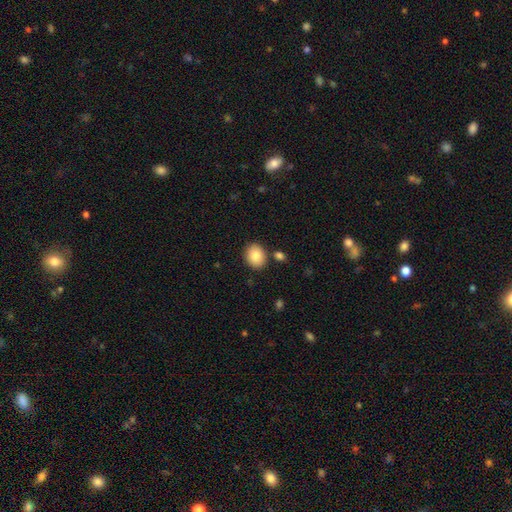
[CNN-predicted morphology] A smooth galaxy with no disk features (85%) that is round (54%).

Vote fractions:
- Smooth or featured? smooth: 85% / star or artifact: 8% / featured or disk: 7%
- How rounded? round: 54% / in between: 45% / cigar-shaped: 1%
- Merging? none: 84% / minor disturbance: 9% / merger: 5% / major disturbance: 2%